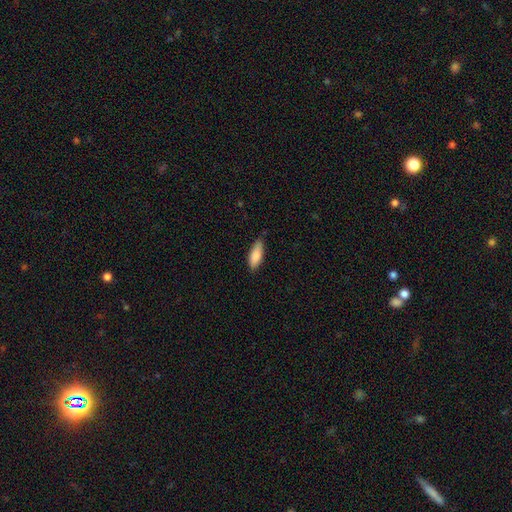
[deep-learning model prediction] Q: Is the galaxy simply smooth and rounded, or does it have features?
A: smooth — 86%.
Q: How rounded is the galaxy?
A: in between — 67%.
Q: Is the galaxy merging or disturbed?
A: none — 79%.